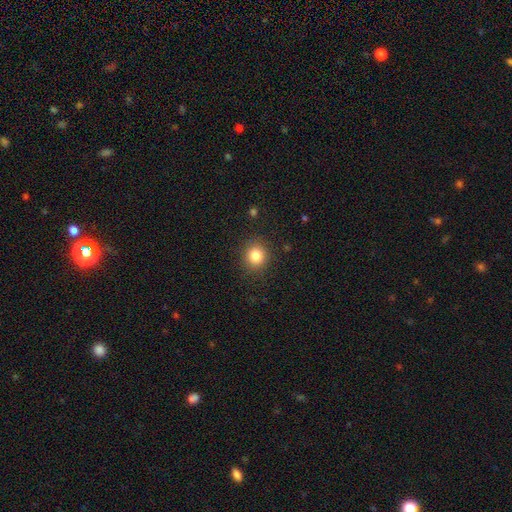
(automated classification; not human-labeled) Smooth or featured? smooth (83%)
How rounded? round (84%)
Merging? none (89%)